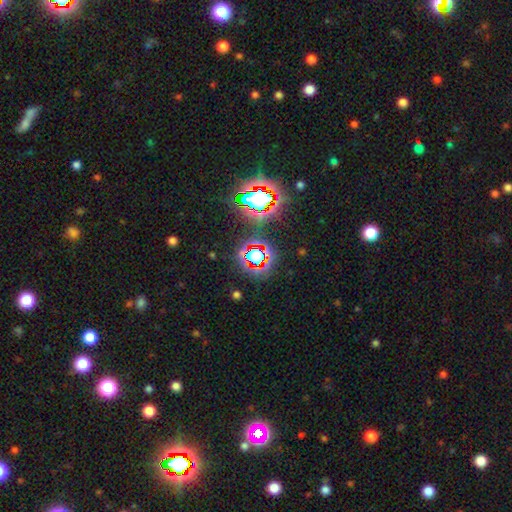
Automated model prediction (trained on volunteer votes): This appears to be a star or artifact, not a galaxy (68%).